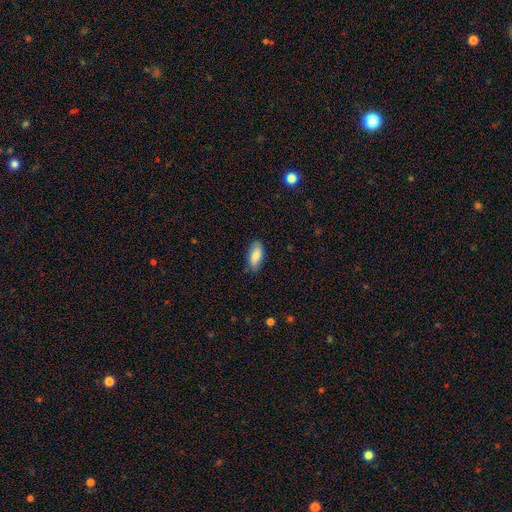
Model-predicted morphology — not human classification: smooth_or_featured: smooth (p=0.81) [alt: featured or disk p=0.13]
how_rounded: in between (p=0.85) [alt: cigar-shaped p=0.13]
merging: none (p=0.82) [alt: minor disturbance p=0.14]